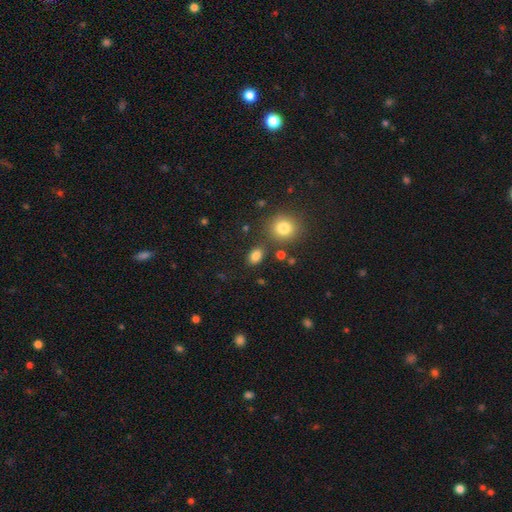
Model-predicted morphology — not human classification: smooth 83%, star or artifact 11%, featured or disk 6%. Down the decision tree: how rounded — in between (77%); merging — none (80%).